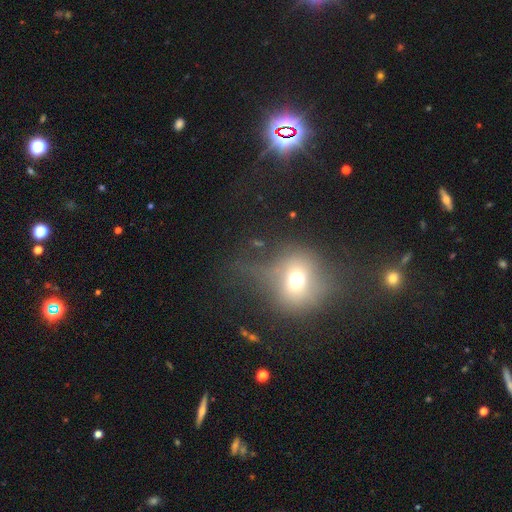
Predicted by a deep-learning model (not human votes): This is marginally a smooth galaxy (40%). Merging: possibly none (56%).